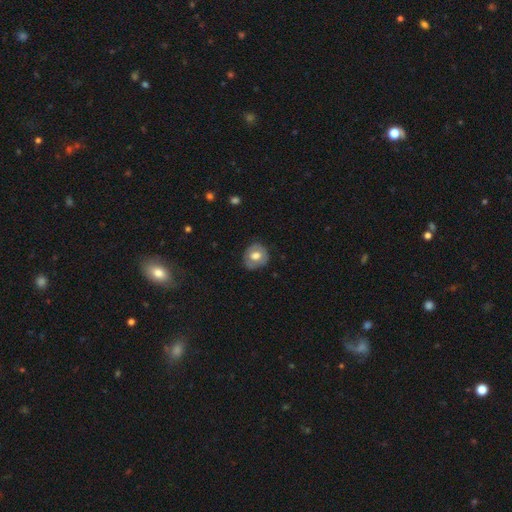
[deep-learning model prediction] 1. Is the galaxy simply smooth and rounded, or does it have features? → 60% smooth, 33% featured or disk, 7% star or artifact.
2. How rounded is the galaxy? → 78% round, 21% in between, 1% cigar-shaped.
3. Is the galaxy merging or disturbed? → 80% none, 15% minor disturbance, 4% major disturbance, 1% merger.